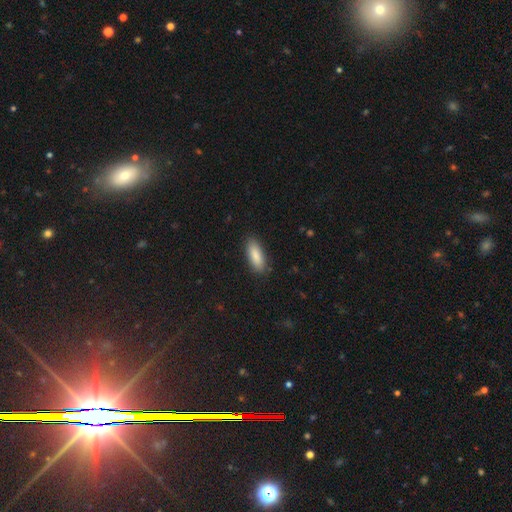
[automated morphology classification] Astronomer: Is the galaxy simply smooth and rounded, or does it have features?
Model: smooth — 88%.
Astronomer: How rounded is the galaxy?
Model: in between — 70%.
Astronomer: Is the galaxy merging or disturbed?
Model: none — 87%.